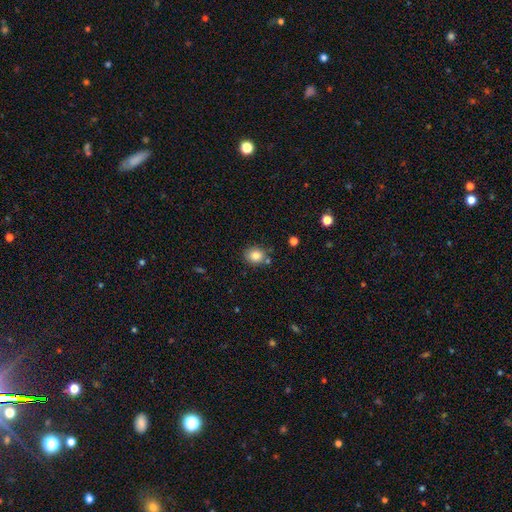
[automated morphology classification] Smooth or featured: smooth — 83% (star or artifact — 10%)
How rounded: round — 69% (in between — 31%)
Merging: none — 78% (minor disturbance — 12%)